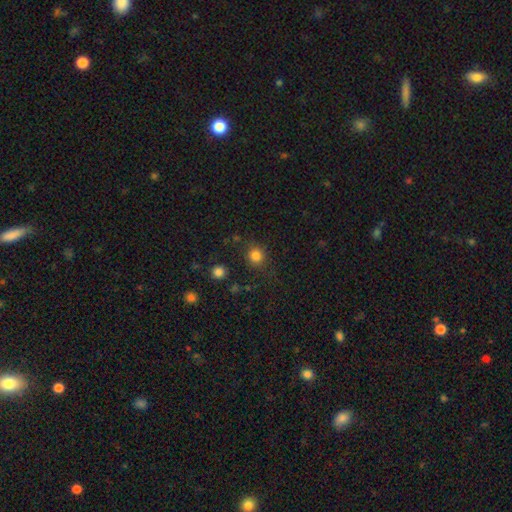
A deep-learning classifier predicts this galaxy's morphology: smooth 83%, star or artifact 13%, featured or disk 4%. Down the decision tree: how rounded — round (88%); merging — none (84%).